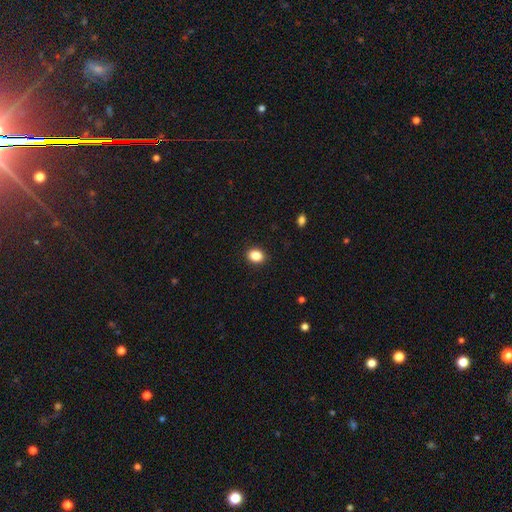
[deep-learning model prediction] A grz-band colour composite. It shows a smooth galaxy with no disk features (87%) that is in between round and cigar-shaped (56%). Merging: none (91%).